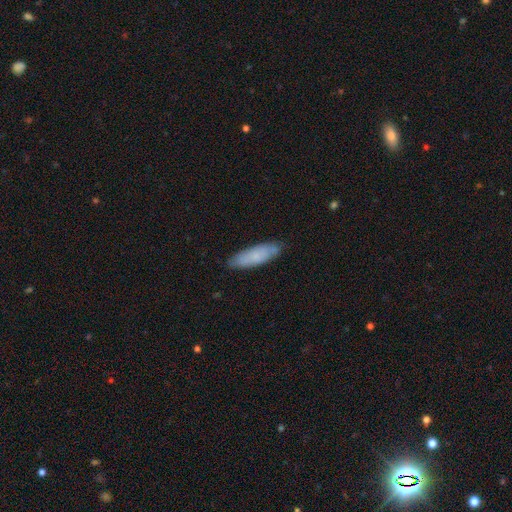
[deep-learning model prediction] Smooth or featured? Predicted: smooth (p=0.75). How rounded? Predicted: cigar-shaped (p=0.54). Merging? Predicted: none (p=0.81).